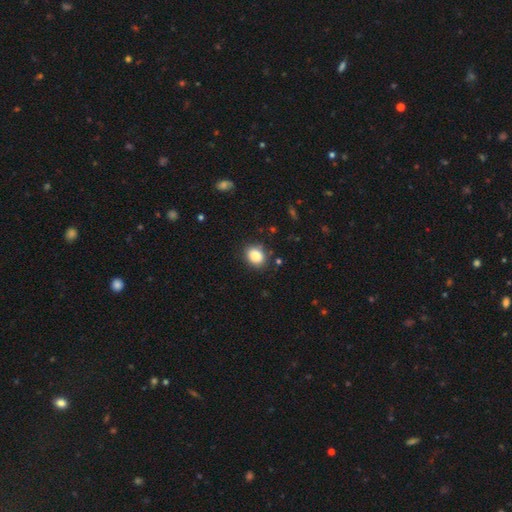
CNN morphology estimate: The model was most divided on "how rounded": in between: 51%, round: 48%, cigar-shaped: 1%. More confident: smooth or featured — smooth (87%); merging — none (83%).